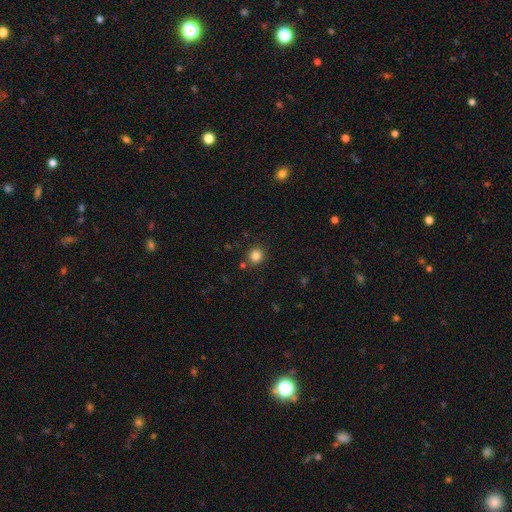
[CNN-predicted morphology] The model was most divided on "smooth or featured": smooth: 84%, star or artifact: 12%, featured or disk: 5%. More confident: how rounded — round (88%); merging — none (84%).